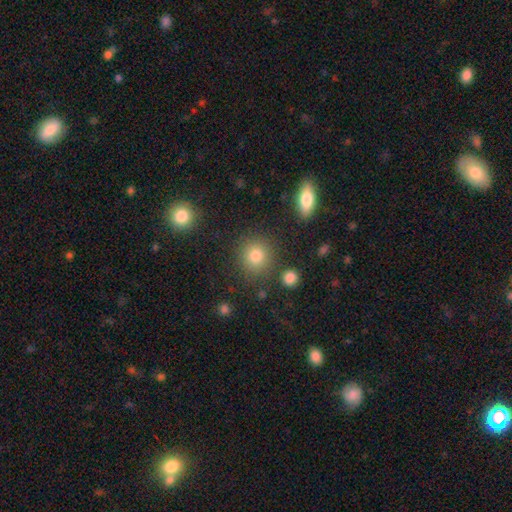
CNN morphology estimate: A smooth galaxy with no disk features (81%) that is round (89%).

Vote fractions:
- Smooth or featured? smooth: 81% / star or artifact: 12% / featured or disk: 7%
- How rounded? round: 89% / in between: 10% / cigar-shaped: 1%
- Merging? none: 86% / minor disturbance: 7% / merger: 4% / major disturbance: 3%